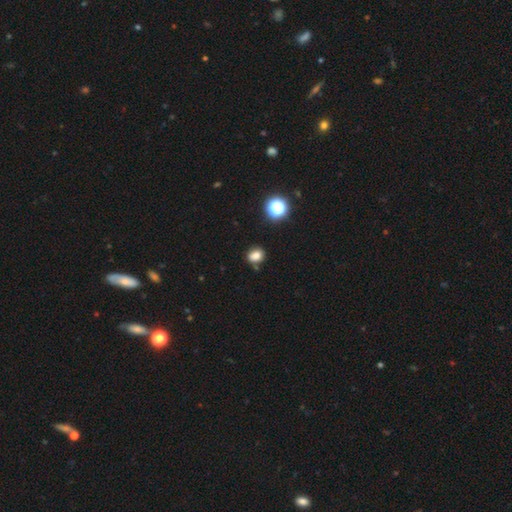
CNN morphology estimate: A smooth galaxy with no disk features (80%) that is in between round and cigar-shaped (50%). Merging: none (79%).